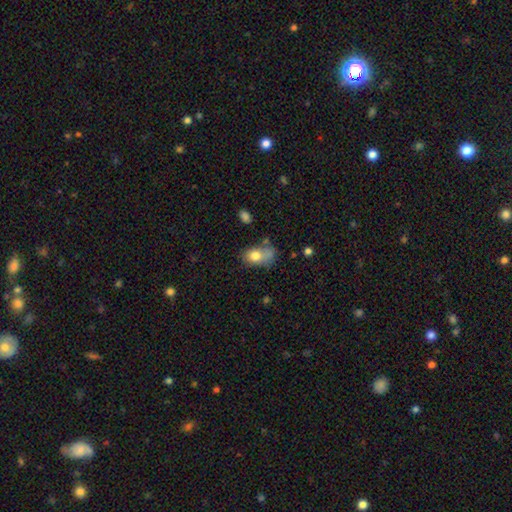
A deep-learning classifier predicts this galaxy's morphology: Overall: smooth (77%). How rounded: in between (75%). Merging: none (37%; minor disturbance 26%).